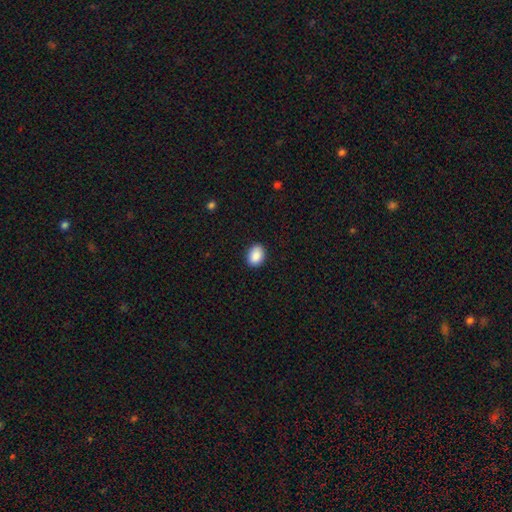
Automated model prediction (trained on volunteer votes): Smooth or featured: smooth — 90% (star or artifact — 7%)
How rounded: in between — 76% (round — 23%)
Merging: none — 90% (minor disturbance — 8%)